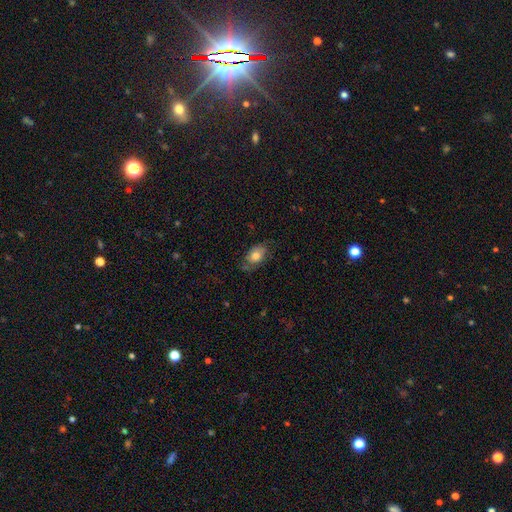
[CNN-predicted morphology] This is likely a smooth galaxy (63%). How rounded: clearly in between (85%). Merging: likely none (62%).